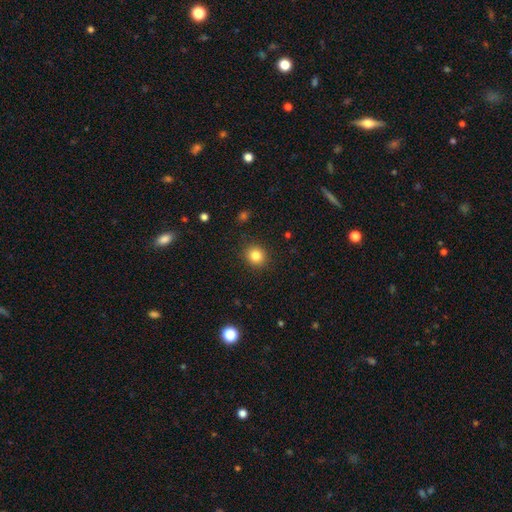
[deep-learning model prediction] Smooth or featured? Predicted: smooth (p=0.83). How rounded? Predicted: round (p=0.85). Merging? Predicted: none (p=0.90).